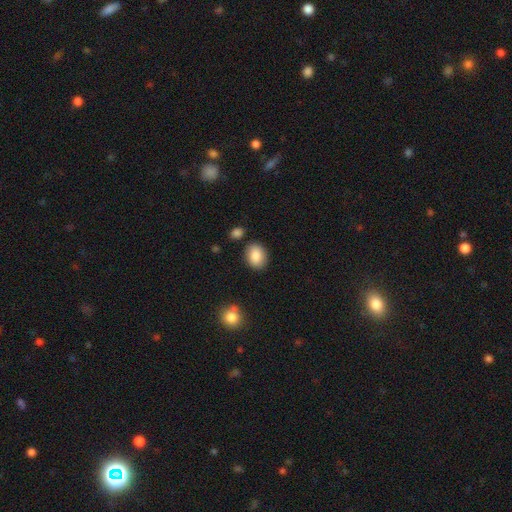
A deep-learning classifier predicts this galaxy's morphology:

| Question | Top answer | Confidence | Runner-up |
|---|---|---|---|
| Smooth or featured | smooth | 86% | star or artifact (8%) |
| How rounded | in between | 69% | round (30%) |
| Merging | none | 83% | minor disturbance (11%) |